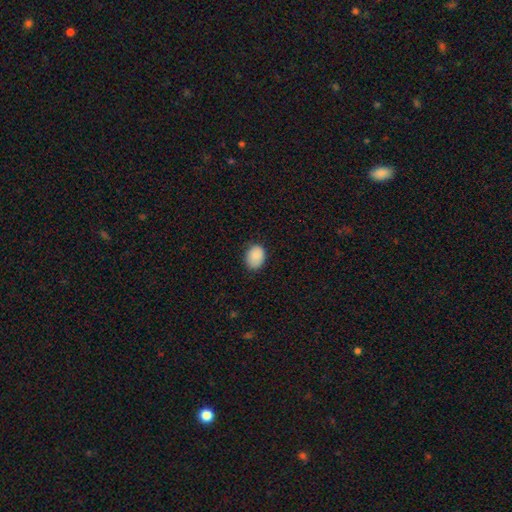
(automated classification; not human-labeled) Smooth or featured? smooth (89%)
How rounded? in between (63%)
Merging? none (78%)